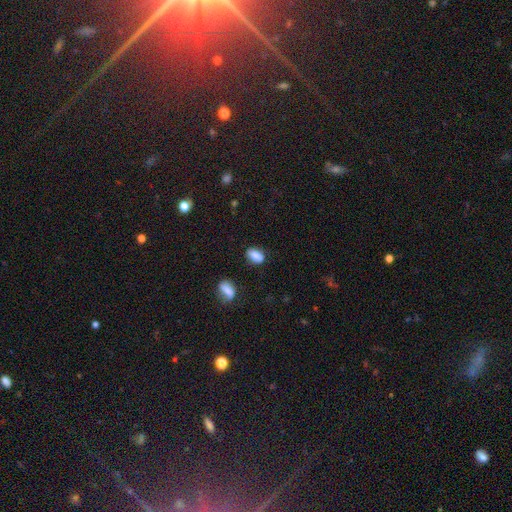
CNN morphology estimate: Overall: smooth (80%). How rounded: in between (88%). Merging: none (80%).